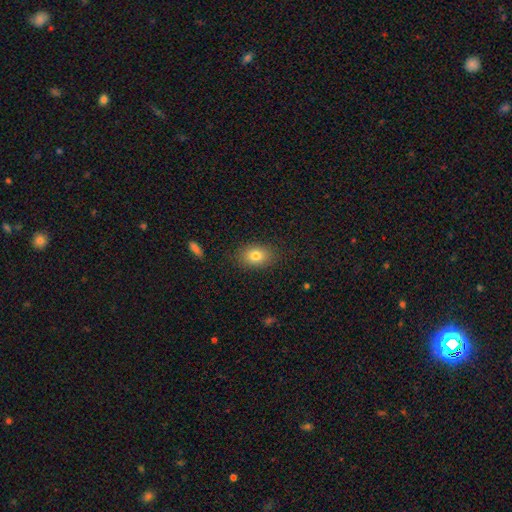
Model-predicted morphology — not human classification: smooth-or-featured: smooth: 81% | featured or disk: 10% | star or artifact: 10%
  how-rounded: in between: 77% | round: 21% | cigar-shaped: 1%
  merging: none: 85% | minor disturbance: 11% | major disturbance: 3% | merger: 1%